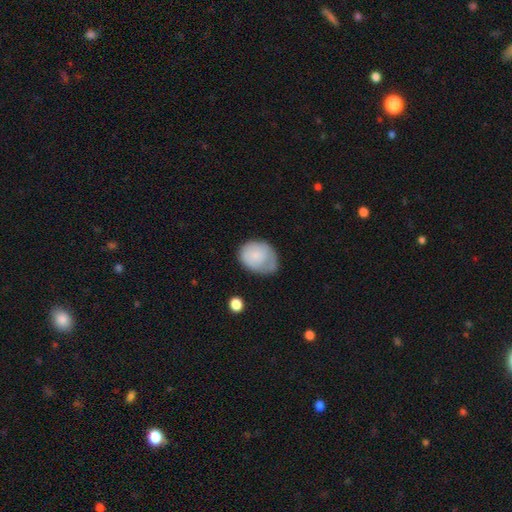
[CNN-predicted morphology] smooth_or_featured: smooth (p=0.73) [alt: featured or disk p=0.21]
how_rounded: in between (p=0.58) [alt: round p=0.41]
merging: none (p=0.42) [alt: minor disturbance p=0.38]